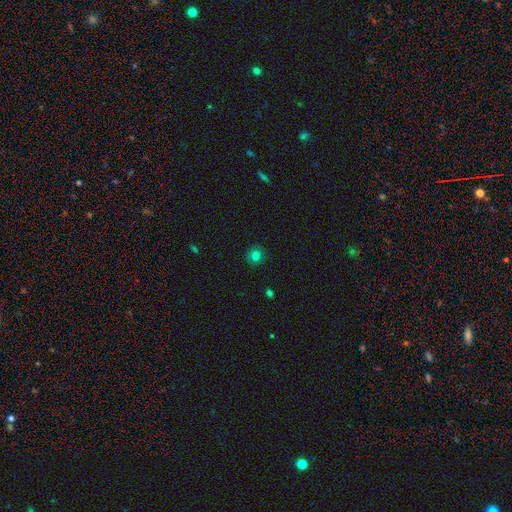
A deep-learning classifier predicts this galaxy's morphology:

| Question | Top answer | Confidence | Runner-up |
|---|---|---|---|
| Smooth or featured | smooth | 79% | star or artifact (14%) |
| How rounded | round | 92% | in between (7%) |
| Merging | none | 90% | minor disturbance (7%) |